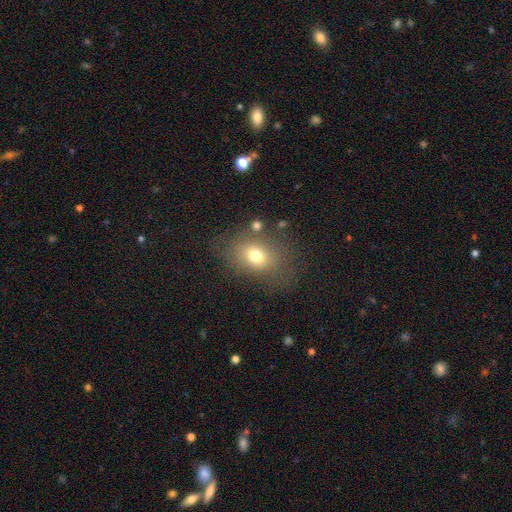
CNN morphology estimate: type=smooth (71%); roundness=in between (63%); merging=none (68%).